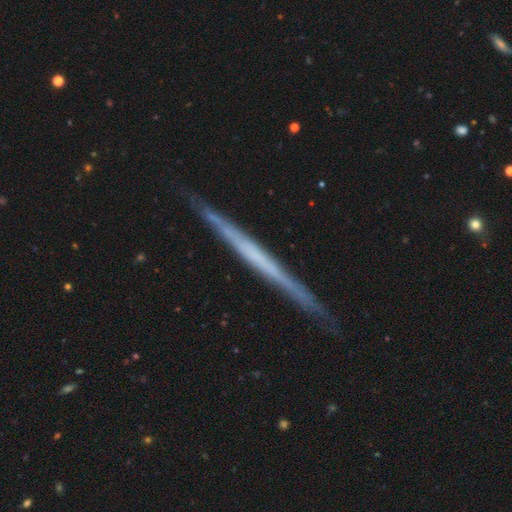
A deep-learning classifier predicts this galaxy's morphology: Smooth or featured? Predicted: featured or disk (p=0.69). Edge-on disk? Predicted: yes (p=0.97). Edge-on bulge? Predicted: none (p=0.87). Merging? Predicted: none (p=0.88).